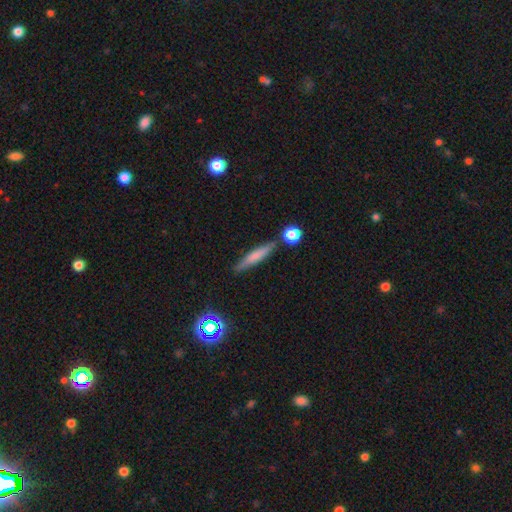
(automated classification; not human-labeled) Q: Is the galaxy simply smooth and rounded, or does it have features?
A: smooth — 61%.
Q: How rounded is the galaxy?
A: cigar-shaped — 88%.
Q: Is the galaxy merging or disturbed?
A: none — 80%.